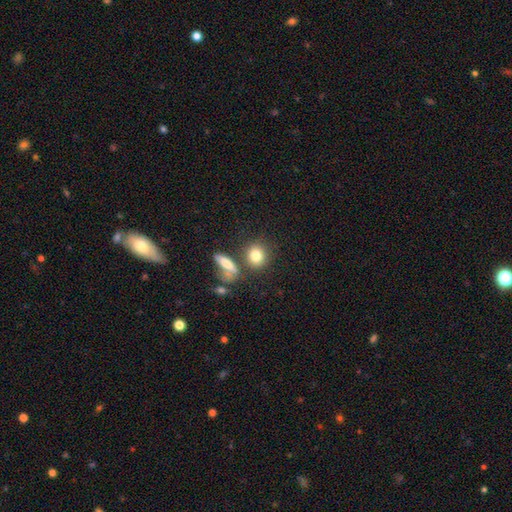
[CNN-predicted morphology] Smooth or featured: smooth — 81% (featured or disk — 10%)
How rounded: round — 72% (in between — 25%)
Merging: none — 67% (merger — 17%)